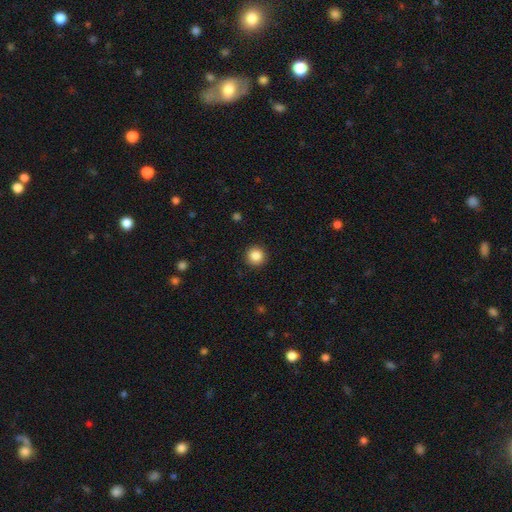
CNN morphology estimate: smooth 86%, star or artifact 10%, featured or disk 4%. Down the decision tree: how rounded — round (95%); merging — none (92%).